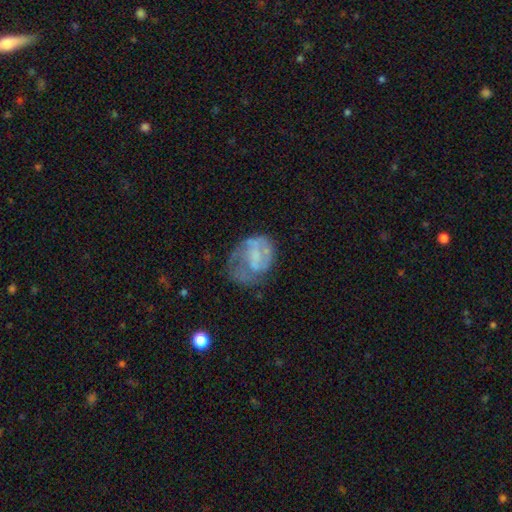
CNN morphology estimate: Q: Smooth or featured?
A: featured or disk (57%); runner-up: smooth (33%)
Q: Edge-on disk?
A: no (98%); runner-up: yes (2%)
Q: Bar?
A: no (52%); runner-up: weak (36%)
Q: Spiral arms?
A: yes (54%); runner-up: no (46%)
Q: Bulge size?
A: none (56%); runner-up: small (22%)
Q: Merging?
A: none (39%); runner-up: major disturbance (31%)